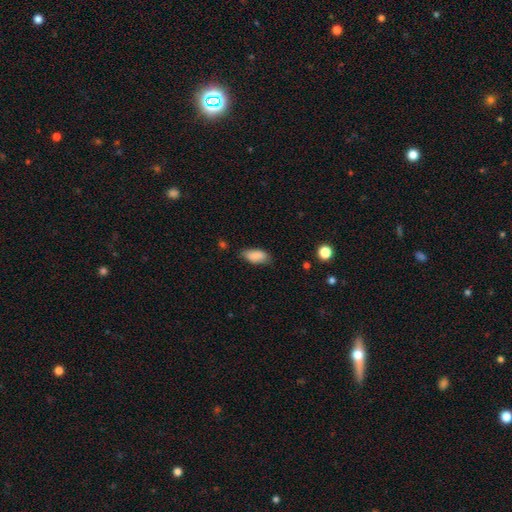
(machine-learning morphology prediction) This appears to be a smooth galaxy with no disk features (88%) that is in between round and cigar-shaped (91%). Merging: none (72%).